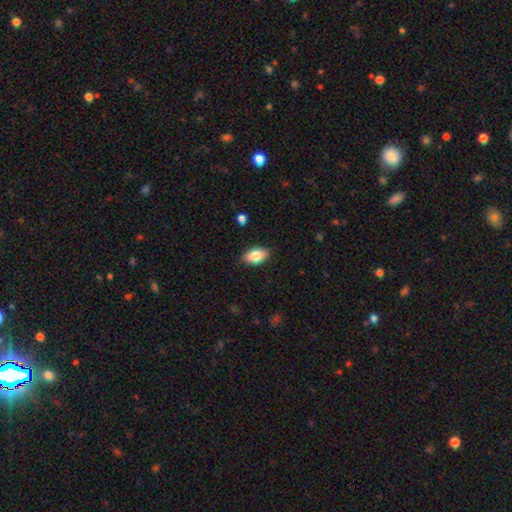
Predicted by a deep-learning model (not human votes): Smooth or featured? smooth (83%)
How rounded? in between (90%)
Merging? none (85%)